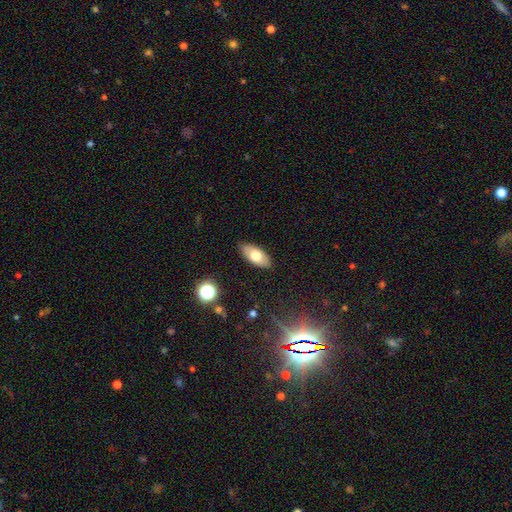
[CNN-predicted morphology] This is likely a smooth galaxy (72%). How rounded: clearly in between (90%). Merging: clearly none (87%).